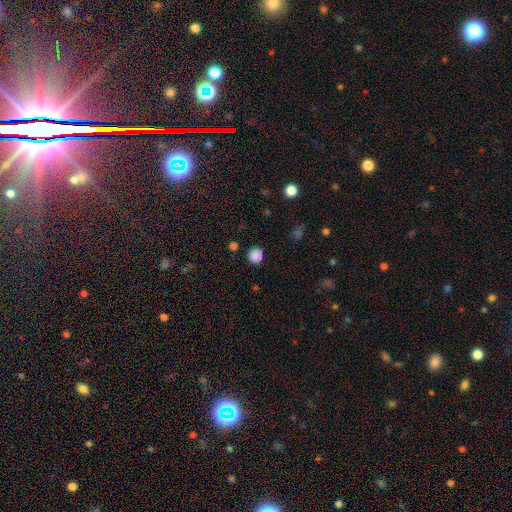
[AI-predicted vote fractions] This is clearly a smooth galaxy (86%). How rounded: clearly round (94%). Merging: clearly none (91%).